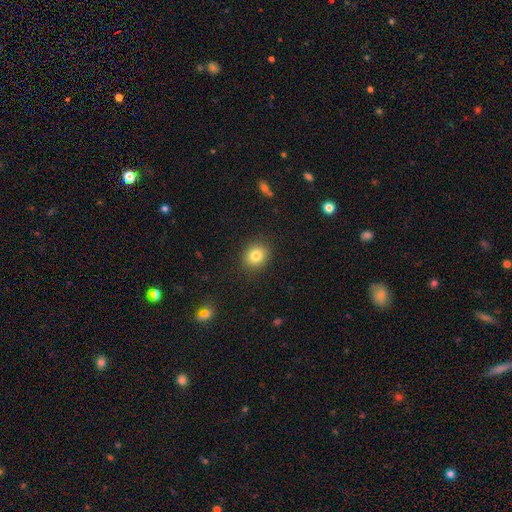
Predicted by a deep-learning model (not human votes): smooth_or_featured: smooth (p=0.82) [alt: star or artifact p=0.11]
how_rounded: round (p=0.73) [alt: in between p=0.26]
merging: none (p=0.89) [alt: minor disturbance p=0.08]